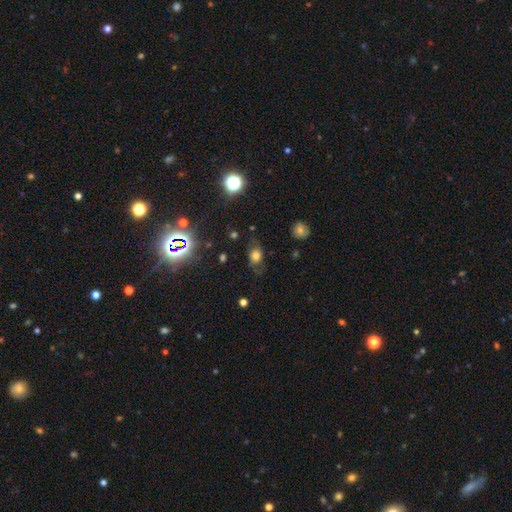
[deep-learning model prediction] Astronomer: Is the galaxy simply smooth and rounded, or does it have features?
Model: smooth — 57%.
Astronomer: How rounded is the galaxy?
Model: in between — 60% (runner-up: round, 38%).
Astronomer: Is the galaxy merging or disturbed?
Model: none — 62%.